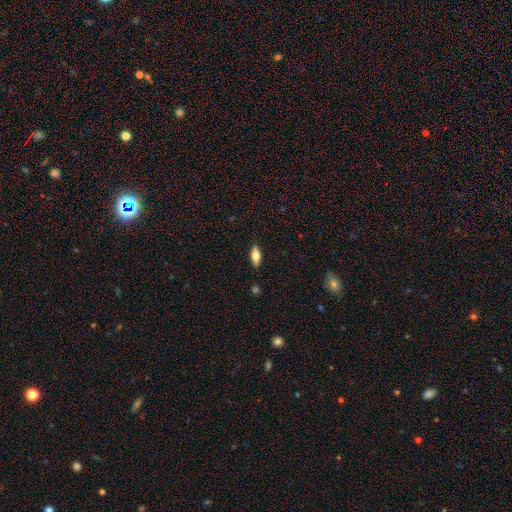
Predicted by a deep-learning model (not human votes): A smooth galaxy with no disk features (57%) that is in between round and cigar-shaped (71%). Merging: none (86%).